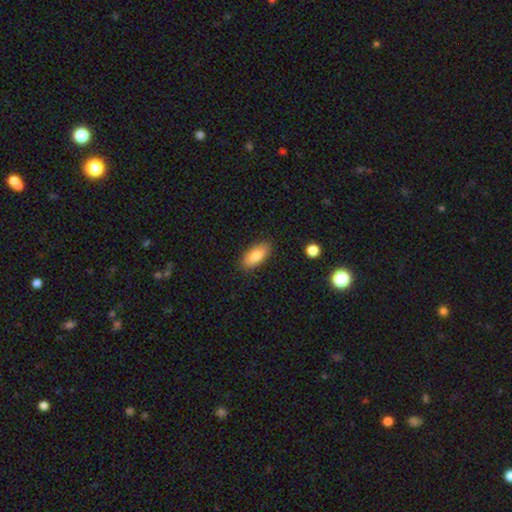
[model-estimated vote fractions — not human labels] smooth-or-featured: smooth: 81% | featured or disk: 12% | star or artifact: 7%
  how-rounded: in between: 85% | cigar-shaped: 13% | round: 3%
  merging: none: 86% | minor disturbance: 10% | major disturbance: 2% | merger: 1%